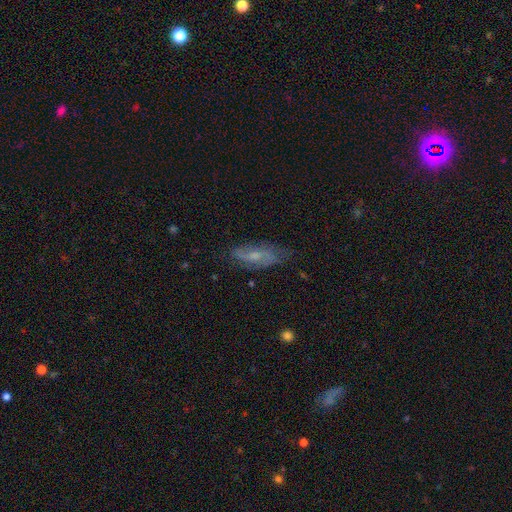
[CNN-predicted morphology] A featured or disk galaxy (59%). Merging: none (69%).